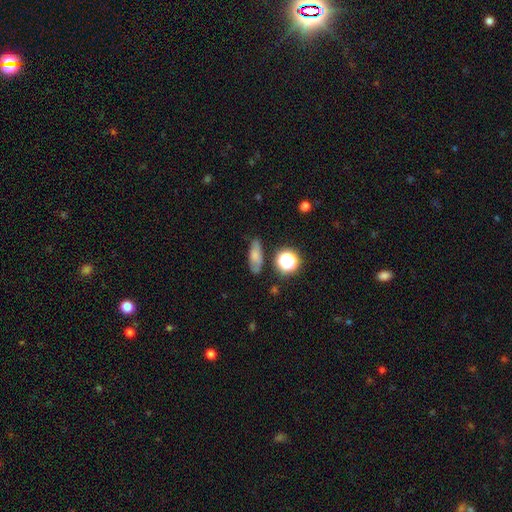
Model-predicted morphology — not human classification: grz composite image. It shows a smooth galaxy with no disk features (64%) that is in between round and cigar-shaped (60%). Merging: none (70%).